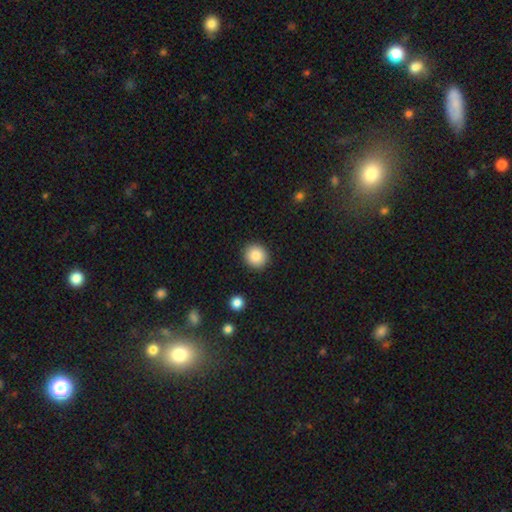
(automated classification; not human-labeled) The model was most divided on "smooth or featured": smooth: 86%, star or artifact: 9%, featured or disk: 5%. More confident: how rounded — round (92%); merging — none (91%).